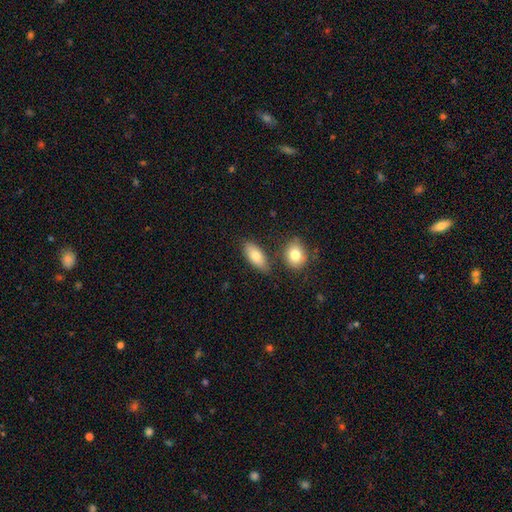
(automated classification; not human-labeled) Q: Smooth or featured?
A: smooth (78%); runner-up: featured or disk (15%)
Q: How rounded?
A: in between (85%); runner-up: cigar-shaped (11%)
Q: Merging?
A: none (72%); runner-up: minor disturbance (13%)